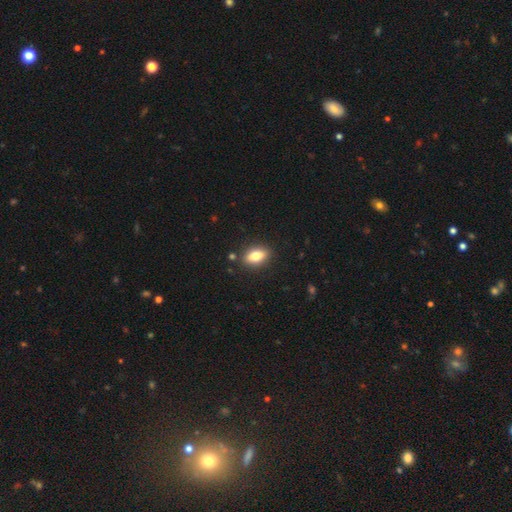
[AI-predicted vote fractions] Q: Smooth or featured?
A: smooth (78%); runner-up: featured or disk (14%)
Q: How rounded?
A: in between (84%); runner-up: cigar-shaped (8%)
Q: Merging?
A: none (87%); runner-up: minor disturbance (9%)